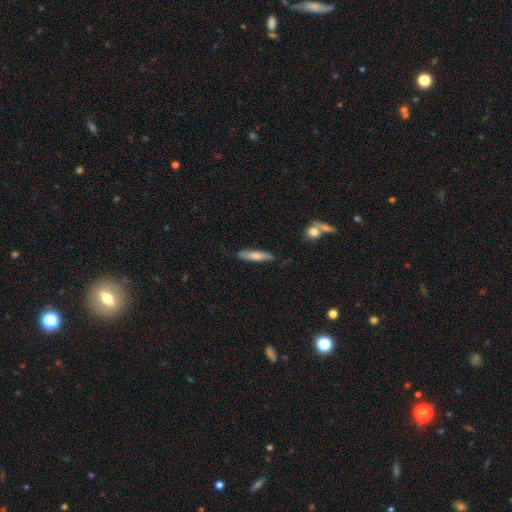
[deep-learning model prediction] smooth-or-featured: smooth: 71% | featured or disk: 23% | star or artifact: 6%
  how-rounded: cigar-shaped: 84% | in between: 15% | round: 2%
  merging: none: 80% | minor disturbance: 16% | major disturbance: 3% | merger: 2%